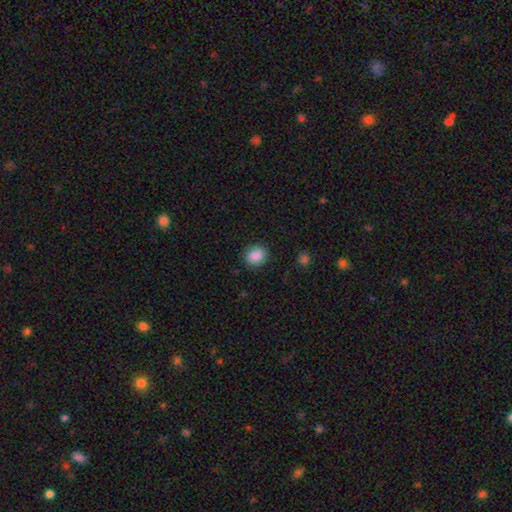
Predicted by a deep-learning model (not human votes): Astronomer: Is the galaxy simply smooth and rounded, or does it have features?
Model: smooth — 88%.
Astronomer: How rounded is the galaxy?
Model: round — 69%.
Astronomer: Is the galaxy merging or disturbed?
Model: none — 88%.